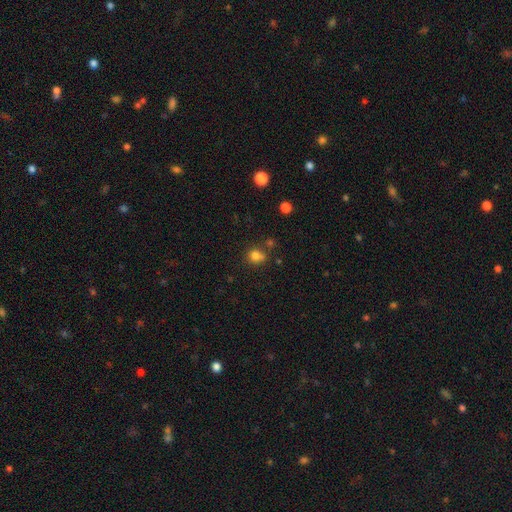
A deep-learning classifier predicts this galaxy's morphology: This appears to be a smooth galaxy with no disk features (78%) that is round (78%). Merging: none (60%).